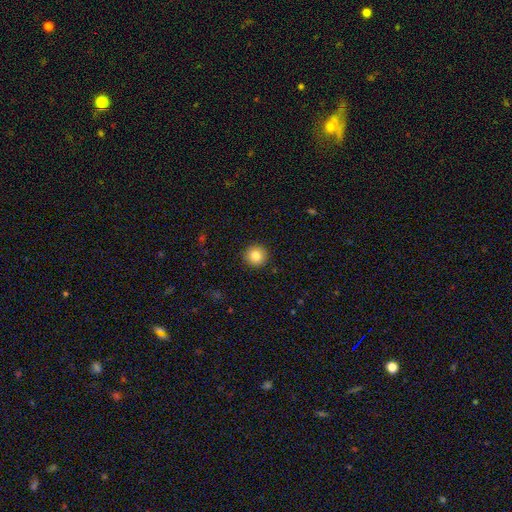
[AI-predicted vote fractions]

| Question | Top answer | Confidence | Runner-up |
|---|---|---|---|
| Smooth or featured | smooth | 83% | star or artifact (9%) |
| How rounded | round | 94% | in between (5%) |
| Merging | none | 92% | minor disturbance (6%) |